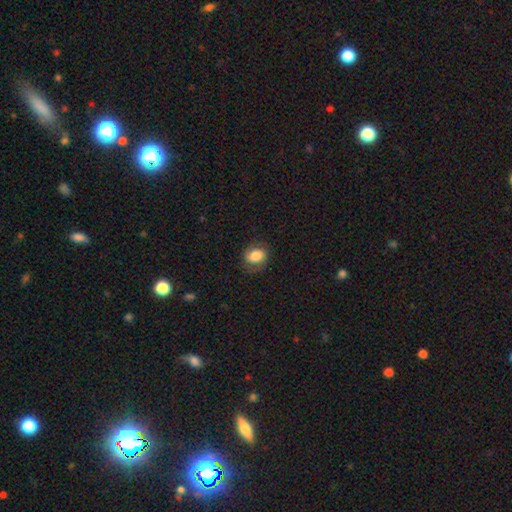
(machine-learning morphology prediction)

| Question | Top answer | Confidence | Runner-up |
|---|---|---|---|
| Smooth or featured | smooth | 75% | featured or disk (17%) |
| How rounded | in between | 55% | round (44%) |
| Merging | none | 73% | minor disturbance (18%) |